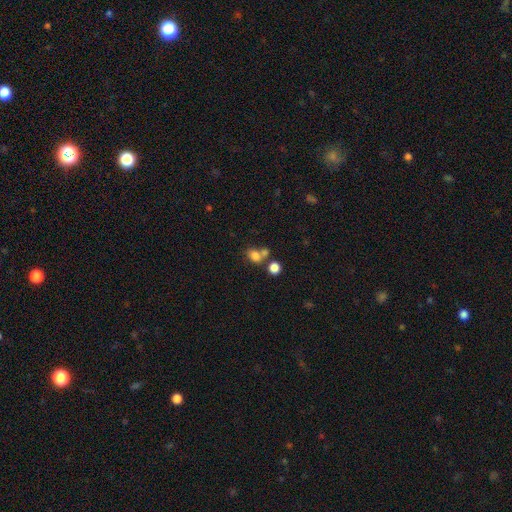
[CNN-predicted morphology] Q: Smooth or featured?
A: smooth (78%); runner-up: star or artifact (13%)
Q: How rounded?
A: in between (60%); runner-up: round (38%)
Q: Merging?
A: none (43%); runner-up: merger (40%)